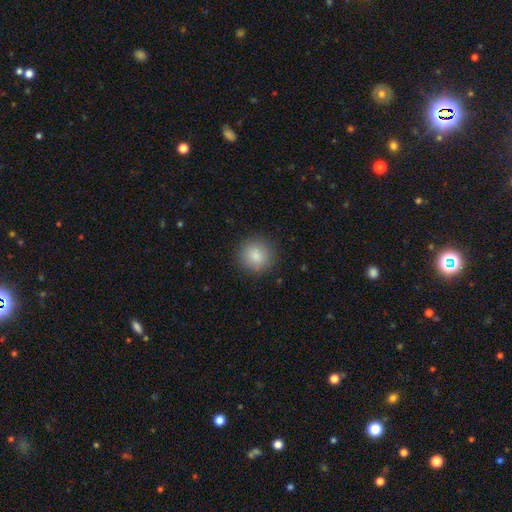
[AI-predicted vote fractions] smooth_or_featured: smooth (p=0.86) [alt: star or artifact p=0.08]
how_rounded: round (p=0.91) [alt: in between p=0.08]
merging: none (p=0.89) [alt: minor disturbance p=0.08]